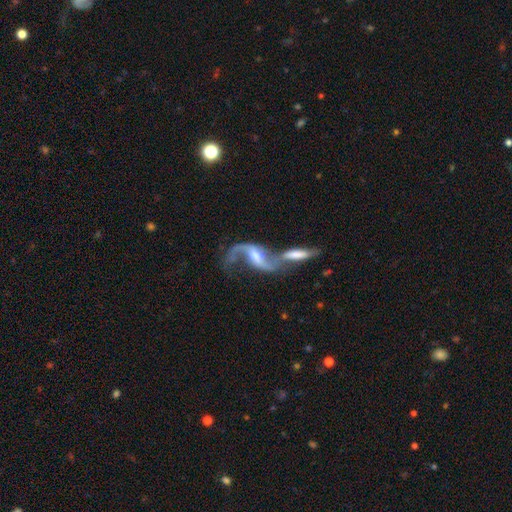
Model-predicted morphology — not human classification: A featured or disk galaxy (84%) with a weak bar (46%), 2 (85%) loose (83%) spiral arms (92%) and a moderate central bulge (45%). Merging: merger (59%).